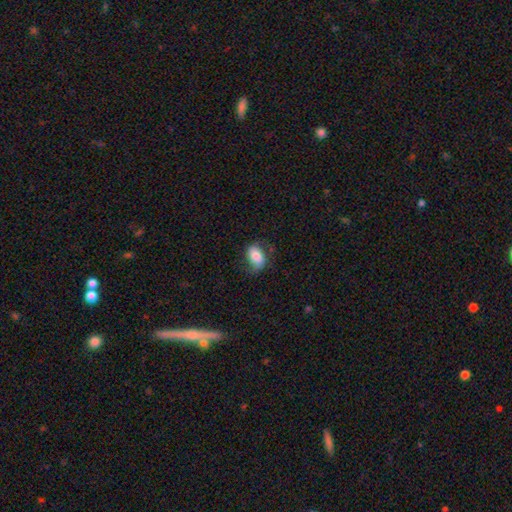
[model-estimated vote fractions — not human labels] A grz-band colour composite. It shows a smooth galaxy with no disk features (67%) that is in between round and cigar-shaped (85%). Merging: none (60%).